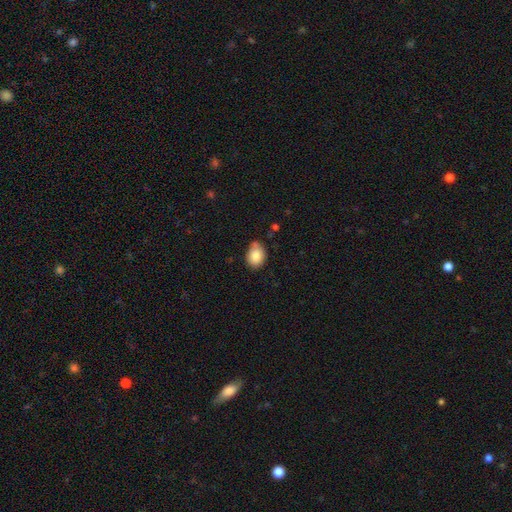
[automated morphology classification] Smooth or featured? smooth (83%)
How rounded? in between (67%)
Merging? none (66%)